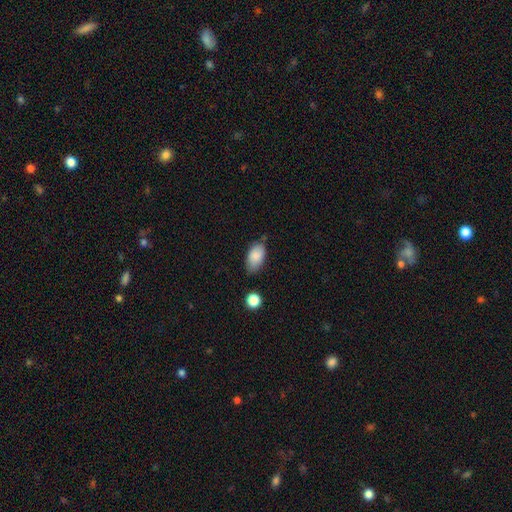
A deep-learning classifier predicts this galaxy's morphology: This is clearly a smooth galaxy (86%). How rounded: clearly in between (93%). Merging: likely none (68%).